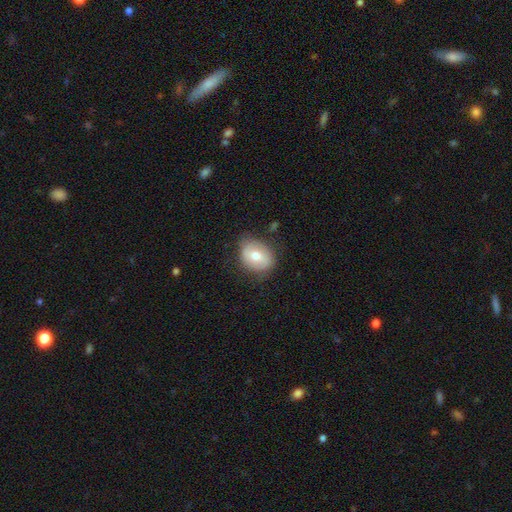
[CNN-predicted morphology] This appears to be a smooth galaxy with no disk features (65%) that is in between round and cigar-shaped (52%). Merging: none (73%).